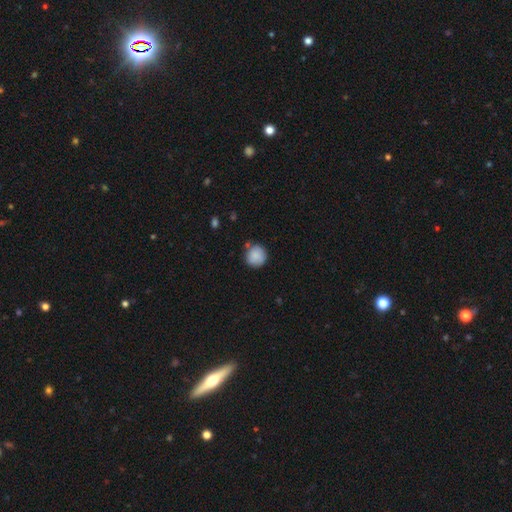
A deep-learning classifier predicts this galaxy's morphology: This is clearly a smooth galaxy (86%). How rounded: clearly round (91%). Merging: likely none (73%).